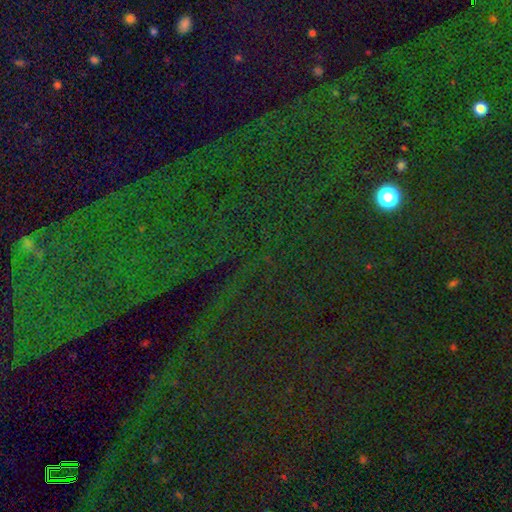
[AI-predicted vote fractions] The model was most divided on "smooth or featured": star or artifact: 84%, smooth: 9%, featured or disk: 7%.